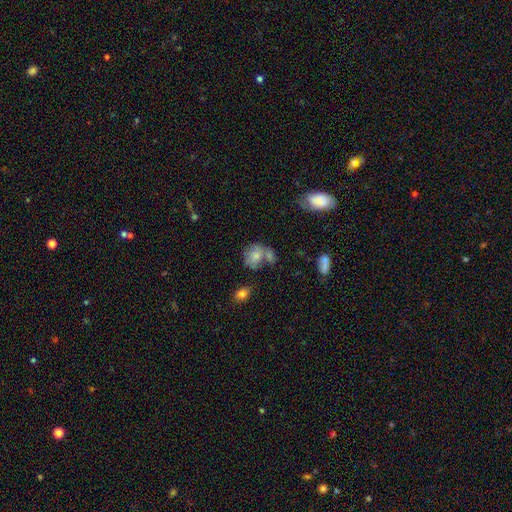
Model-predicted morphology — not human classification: This is likely a smooth galaxy (69%). How rounded: possibly round (57%). Merging: marginally none (38%).